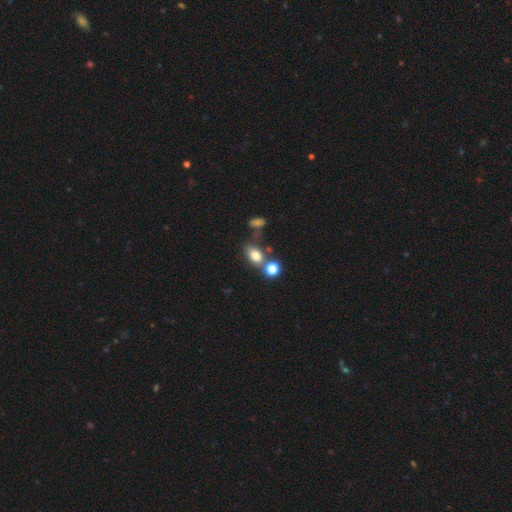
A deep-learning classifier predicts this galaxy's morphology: Smooth or featured?
  - smooth: 76% *
  - star or artifact: 13%
  - featured or disk: 10%
How rounded?
  - in between: 71% *
  - round: 27%
  - cigar-shaped: 2%
Merging?
  - none: 50% *
  - merger: 28%
  - minor disturbance: 15%
  - major disturbance: 8%